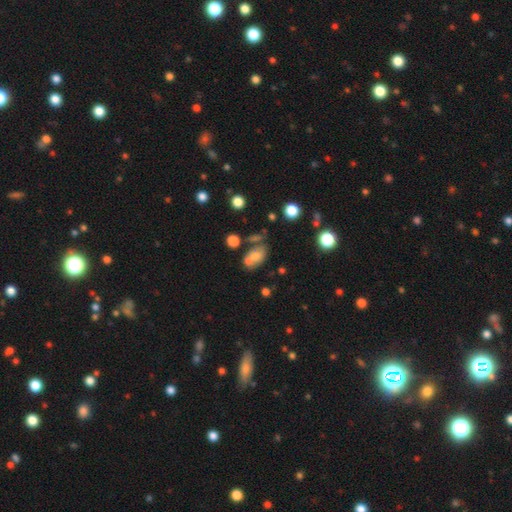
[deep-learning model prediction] Morphology: type=smooth (63%); roundness=in between (80%); merging=merger (37%).